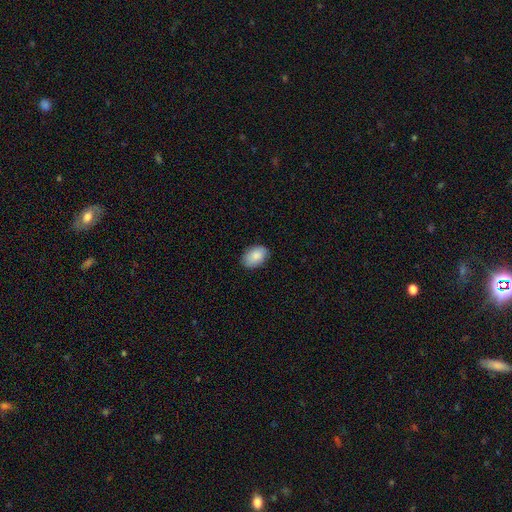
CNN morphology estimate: A smooth galaxy with no disk features (87%) that is in between round and cigar-shaped (88%).

Vote fractions:
- Smooth or featured? smooth: 87% / star or artifact: 7% / featured or disk: 6%
- How rounded? in between: 88% / round: 10% / cigar-shaped: 1%
- Merging? none: 85% / minor disturbance: 12% / major disturbance: 2% / merger: 1%